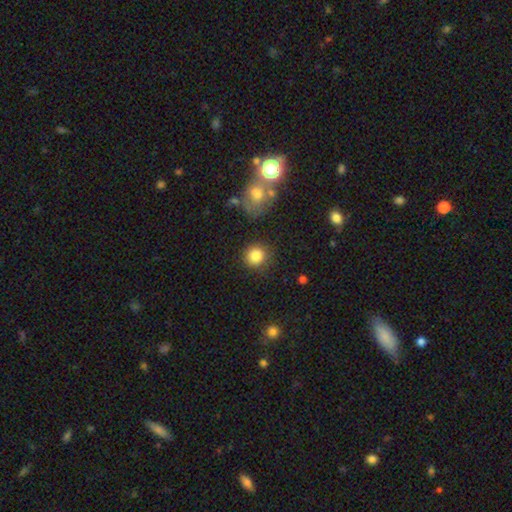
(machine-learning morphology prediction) Q: Smooth or featured?
A: smooth (84%); runner-up: star or artifact (10%)
Q: How rounded?
A: round (90%); runner-up: in between (9%)
Q: Merging?
A: none (84%); runner-up: minor disturbance (9%)